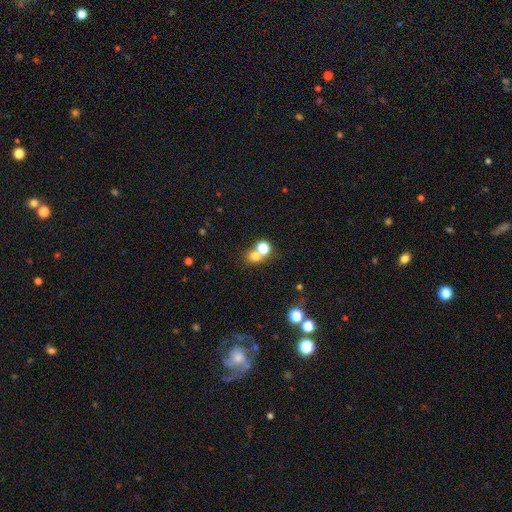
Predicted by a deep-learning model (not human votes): Smooth or featured?
  - smooth: 68% *
  - star or artifact: 20%
  - featured or disk: 11%
How rounded?
  - round: 76% *
  - in between: 23%
  - cigar-shaped: 1%
Merging?
  - none: 49% *
  - merger: 40%
  - minor disturbance: 7%
  - major disturbance: 4%